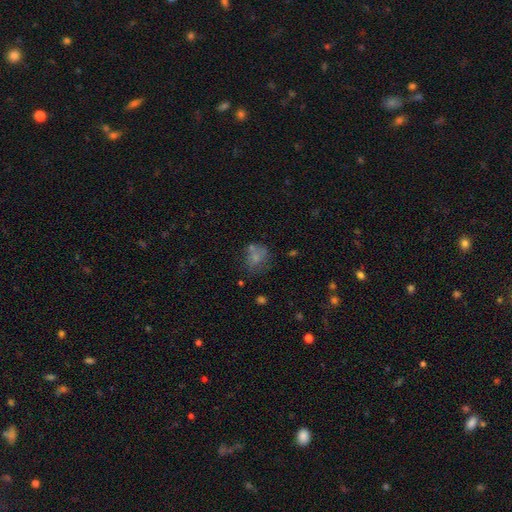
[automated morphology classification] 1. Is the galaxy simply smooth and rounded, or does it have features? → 64% smooth, 21% featured or disk, 15% star or artifact.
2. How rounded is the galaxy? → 59% round, 40% in between, 1% cigar-shaped.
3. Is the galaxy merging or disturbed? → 44% none, 20% minor disturbance, 20% merger, 15% major disturbance.